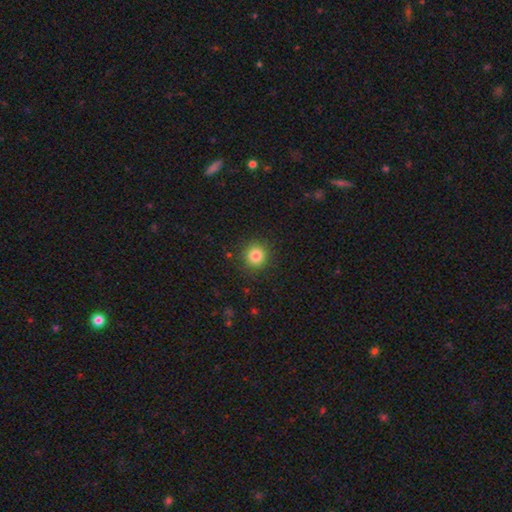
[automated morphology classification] This is clearly a smooth galaxy (83%). How rounded: clearly round (93%). Merging: clearly none (90%).